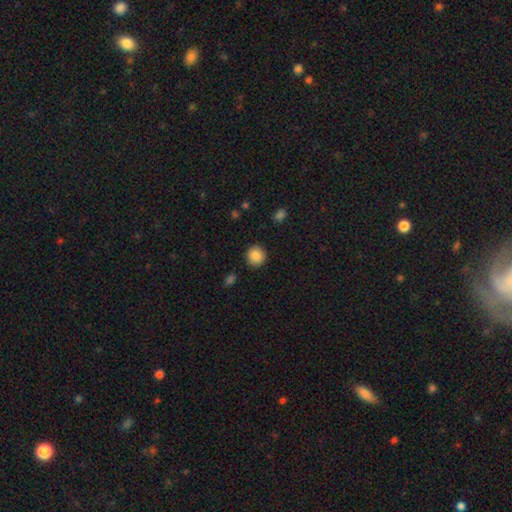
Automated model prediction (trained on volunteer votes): Q: Smooth or featured?
A: smooth (87%); runner-up: star or artifact (9%)
Q: How rounded?
A: round (91%); runner-up: in between (8%)
Q: Merging?
A: none (90%); runner-up: minor disturbance (6%)